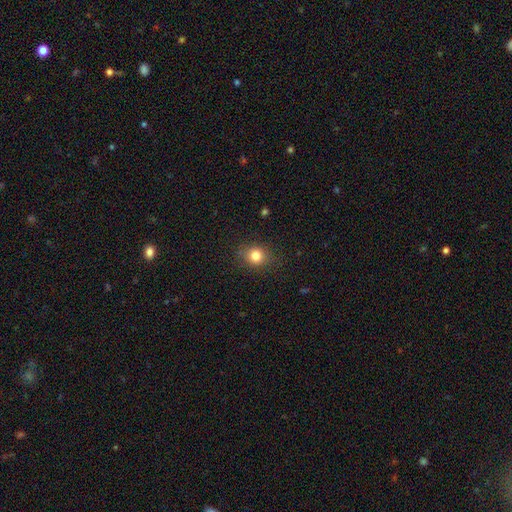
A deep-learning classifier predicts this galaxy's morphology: smooth-or-featured: smooth: 82% | star or artifact: 12% | featured or disk: 7%
  how-rounded: round: 77% | in between: 22% | cigar-shaped: 1%
  merging: none: 86% | minor disturbance: 10% | major disturbance: 3% | merger: 1%